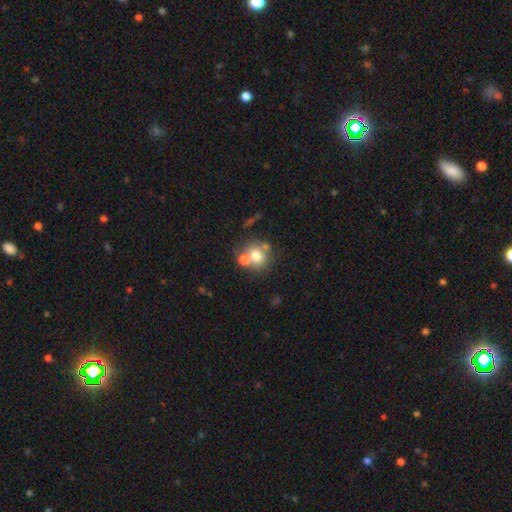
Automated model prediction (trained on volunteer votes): Smooth or featured? smooth (71%)
How rounded? round (83%)
Merging? none (55%)